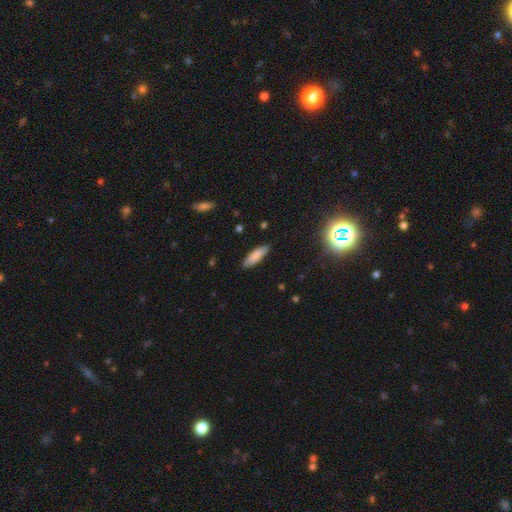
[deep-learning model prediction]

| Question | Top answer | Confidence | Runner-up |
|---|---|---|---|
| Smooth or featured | smooth | 82% | featured or disk (11%) |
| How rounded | in between | 53% | cigar-shaped (46%) |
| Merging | none | 86% | minor disturbance (11%) |